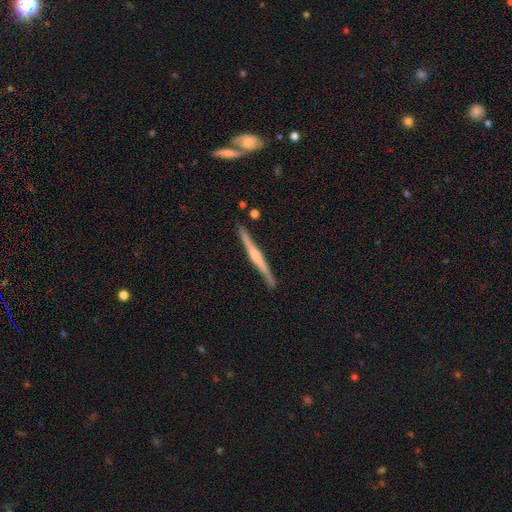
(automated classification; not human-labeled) smooth-or-featured: featured or disk: 71% | smooth: 24% | star or artifact: 5%
  disk-edge-on: yes: 98% | no: 2%
    edge-on-bulge: rounded: 55% | none: 23% | boxy: 22%
  merging: none: 88% | minor disturbance: 9% | merger: 2% | major disturbance: 2%